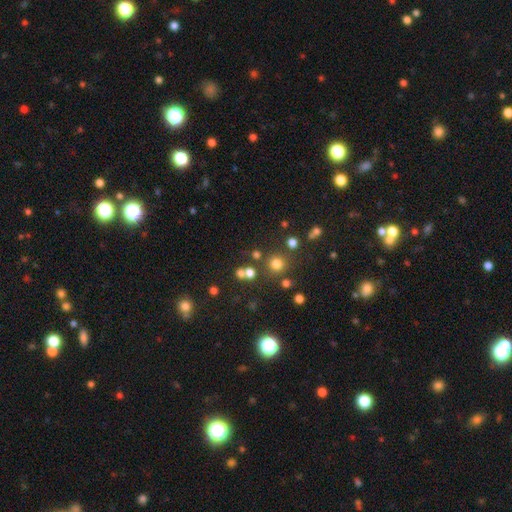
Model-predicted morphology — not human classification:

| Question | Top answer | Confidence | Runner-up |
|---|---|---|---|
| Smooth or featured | smooth | 52% | star or artifact (40%) |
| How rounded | round | 92% | in between (7%) |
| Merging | none | 79% | merger (11%) |